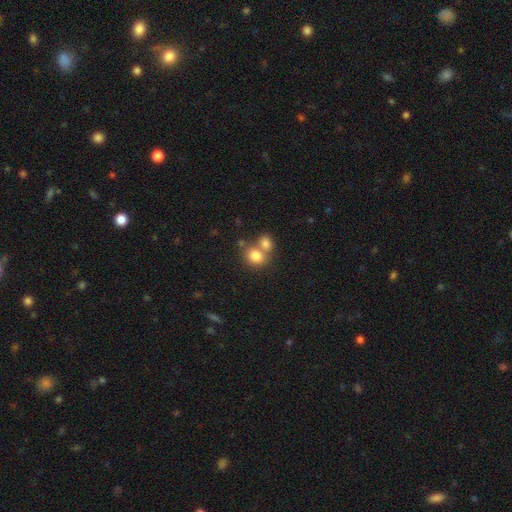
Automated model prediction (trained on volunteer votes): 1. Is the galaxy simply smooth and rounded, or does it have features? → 80% smooth, 10% star or artifact, 10% featured or disk.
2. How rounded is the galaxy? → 57% round, 42% in between, 1% cigar-shaped.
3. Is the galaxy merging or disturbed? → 50% merger, 39% none, 8% minor disturbance, 3% major disturbance.